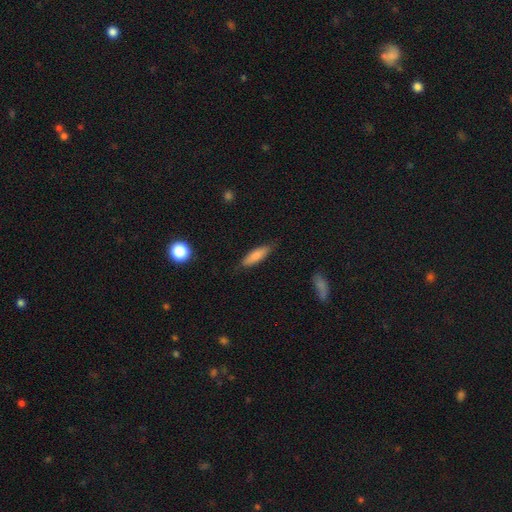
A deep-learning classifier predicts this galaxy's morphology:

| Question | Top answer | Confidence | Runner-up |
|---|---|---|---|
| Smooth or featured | smooth | 81% | featured or disk (12%) |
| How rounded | cigar-shaped | 54% | in between (45%) |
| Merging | none | 79% | minor disturbance (17%) |